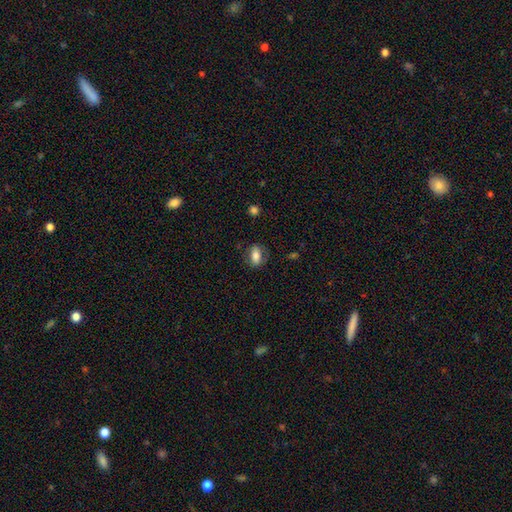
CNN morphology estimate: smooth-or-featured: smooth: 77% | featured or disk: 15% | star or artifact: 8%
  how-rounded: in between: 83% | round: 12% | cigar-shaped: 4%
  merging: none: 77% | minor disturbance: 16% | major disturbance: 6% | merger: 1%